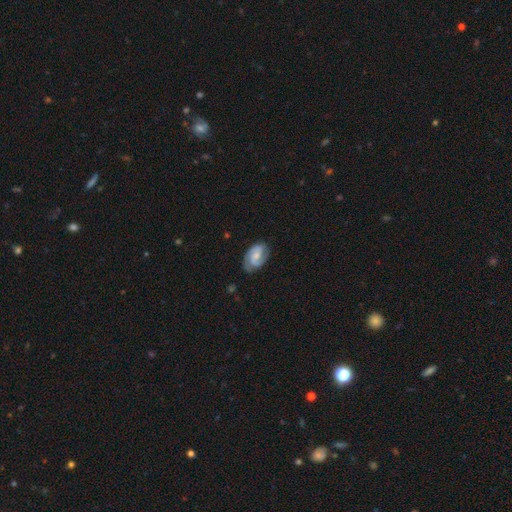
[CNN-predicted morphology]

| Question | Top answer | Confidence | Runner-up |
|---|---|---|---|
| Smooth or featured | featured or disk | 77% | smooth (17%) |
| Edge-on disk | no | 97% | yes (3%) |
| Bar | weak | 47% | no (40%) |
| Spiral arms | yes | 95% | no (5%) |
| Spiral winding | medium | 44% | tight (43%) |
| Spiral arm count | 2 | 85% | can't tell (7%) |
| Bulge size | small | 43% | moderate (39%) |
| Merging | none | 75% | minor disturbance (19%) |